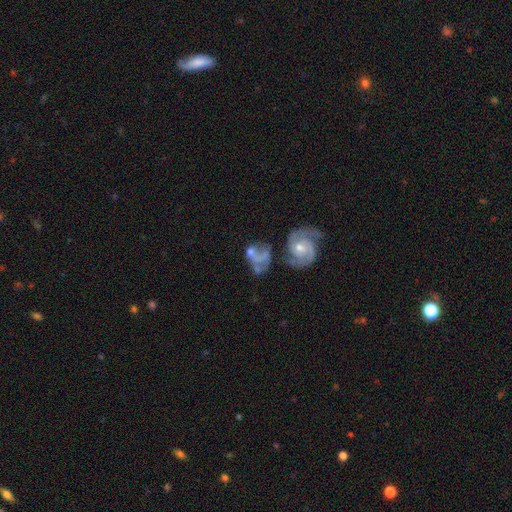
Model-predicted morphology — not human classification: A featured or disk galaxy (61%) with no bar (72%), spiral arms (72%) and a small central bulge (38%).

Vote fractions:
- Smooth or featured? featured or disk: 61% / smooth: 30% / star or artifact: 9%
- Edge-on disk? no: 97% / yes: 3%
- Bar? no: 72% / weak: 22% / strong: 6%
- Spiral arms? yes: 72% / no: 28%
- Bulge size? small: 38% / moderate: 32% / none: 24% / large: 4% / dominant: 2%
- Merging? merger: 36% / none: 25% / major disturbance: 23% / minor disturbance: 16%